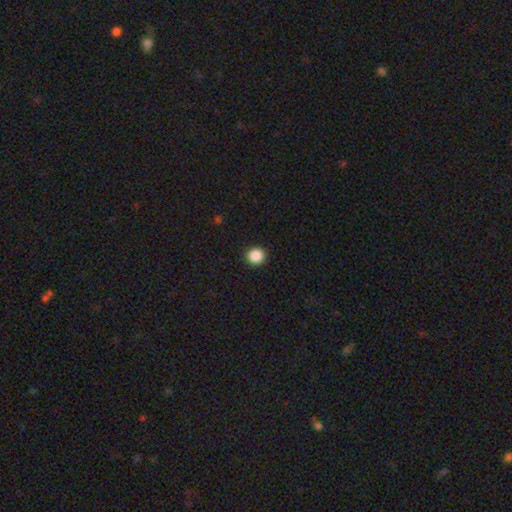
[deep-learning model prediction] This appears to be a smooth galaxy with no disk features (88%) that is round (90%). Merging: none (92%).